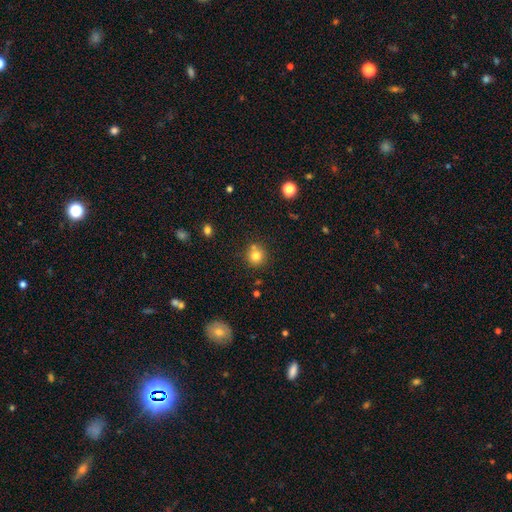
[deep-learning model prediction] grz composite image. It shows a smooth galaxy with no disk features (79%) that is round (92%). Merging: none (72%).